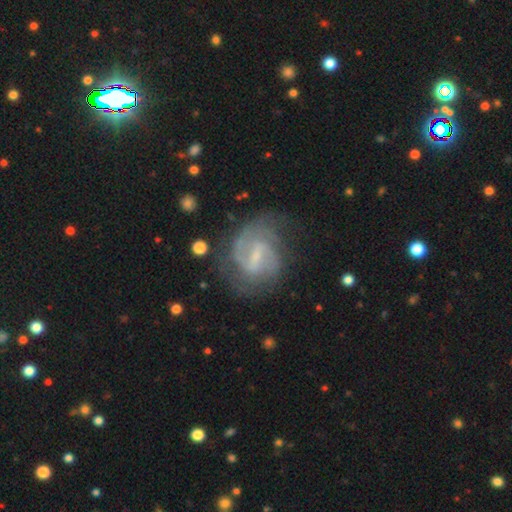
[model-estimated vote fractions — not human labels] This appears to be a featured or disk galaxy (82%) with a weak bar (56%), 2 (65%) medium (47%) spiral arms (93%) and a small central bulge (55%). Merging: none (64%).